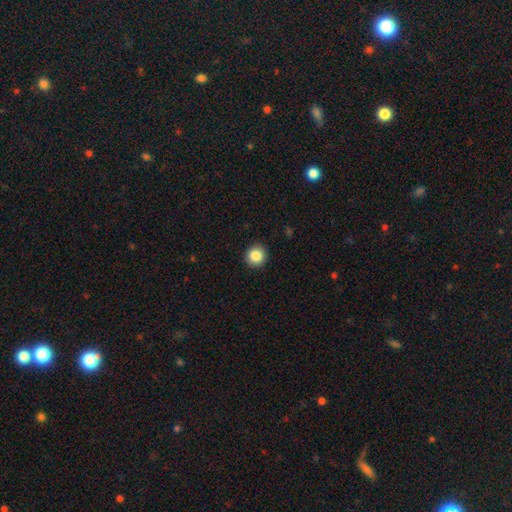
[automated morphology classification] A smooth galaxy with no disk features (86%) that is round (93%).

Vote fractions:
- Smooth or featured? smooth: 86% / star or artifact: 9% / featured or disk: 5%
- How rounded? round: 93% / in between: 6% / cigar-shaped: 1%
- Merging? none: 92% / minor disturbance: 5% / major disturbance: 2% / merger: 1%